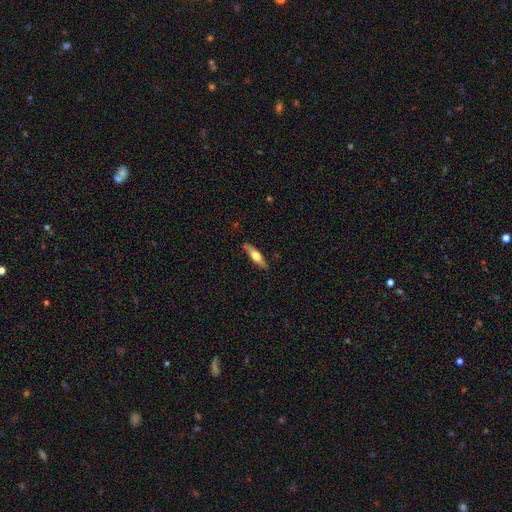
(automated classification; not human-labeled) Smooth or featured? featured or disk (49%)
Merging? none (84%)